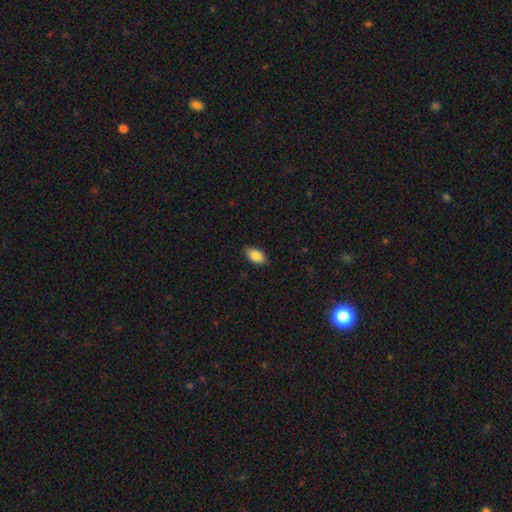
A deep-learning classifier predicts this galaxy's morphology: The model was most divided on "merging": none: 86%, minor disturbance: 11%, major disturbance: 2%, merger: 1%. More confident: how rounded — in between (92%); smooth or featured — smooth (86%).